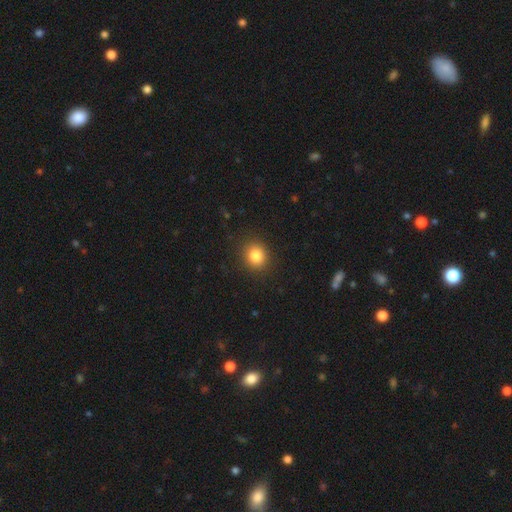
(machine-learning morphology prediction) This appears to be a smooth galaxy with no disk features (83%) that is round (78%). Merging: none (90%).